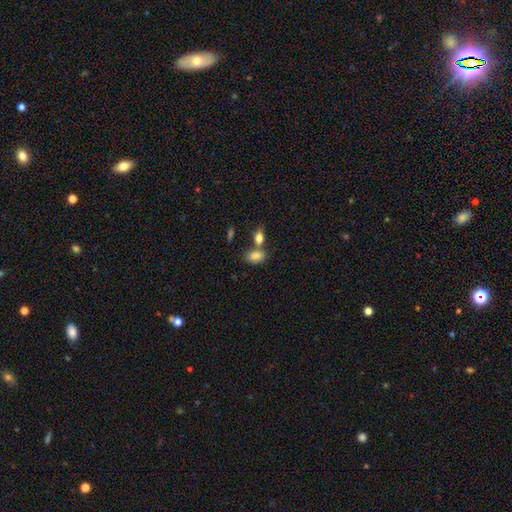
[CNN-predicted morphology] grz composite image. It shows a smooth galaxy with no disk features (82%) that is in between round and cigar-shaped (89%). Merging: none (49%).